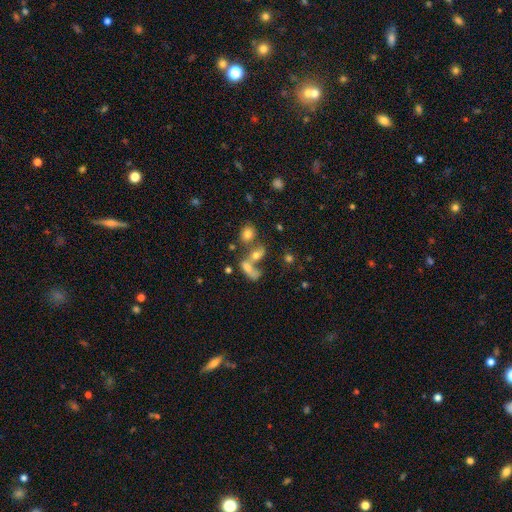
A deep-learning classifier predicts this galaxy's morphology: smooth 57%, featured or disk 24%, star or artifact 19%. Down the decision tree: how rounded — in between (59%); merging — merger (47%).